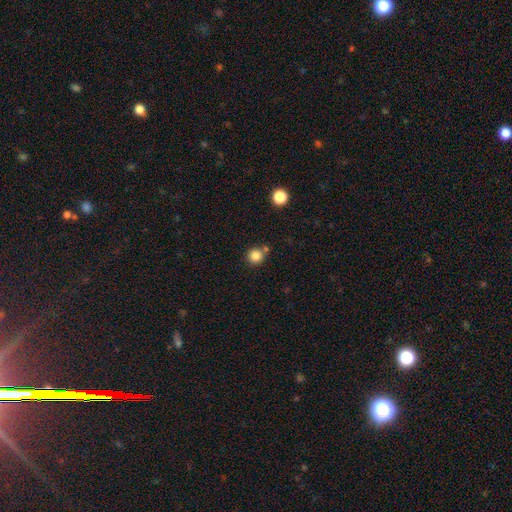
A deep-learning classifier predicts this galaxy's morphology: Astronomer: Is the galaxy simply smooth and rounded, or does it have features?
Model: smooth — 84%.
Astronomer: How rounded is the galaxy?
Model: round — 93%.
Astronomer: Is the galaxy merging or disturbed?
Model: none — 73%.